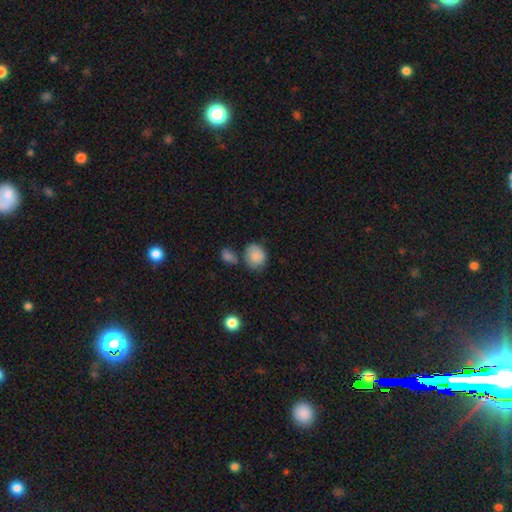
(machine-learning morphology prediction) Smooth or featured?
  - smooth: 85% *
  - star or artifact: 8%
  - featured or disk: 7%
How rounded?
  - round: 57% *
  - in between: 42%
  - cigar-shaped: 1%
Merging?
  - none: 53% *
  - minor disturbance: 23%
  - merger: 16%
  - major disturbance: 8%